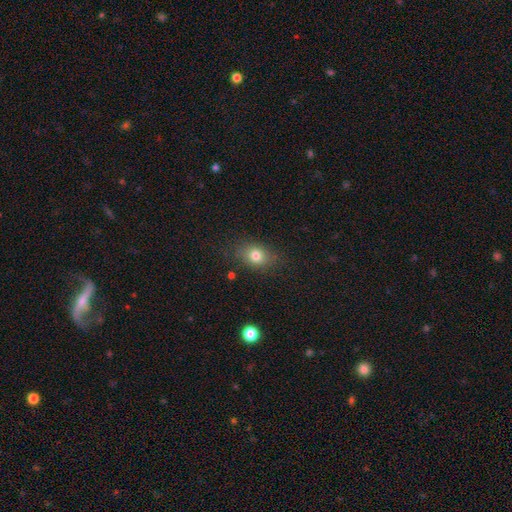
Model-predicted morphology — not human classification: smooth_or_featured: smooth (p=0.77) [alt: star or artifact p=0.12]
how_rounded: in between (p=0.62) [alt: round p=0.36]
merging: none (p=0.80) [alt: minor disturbance p=0.14]